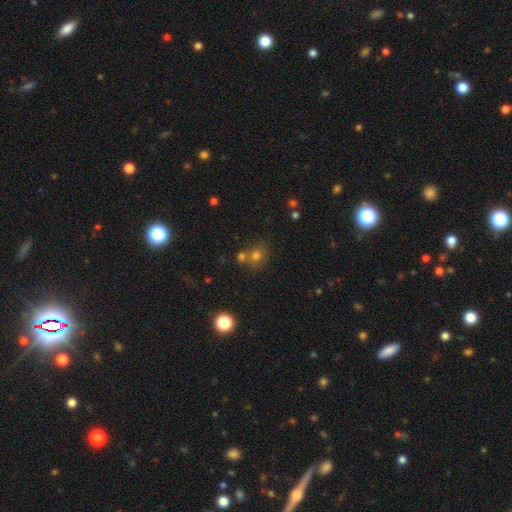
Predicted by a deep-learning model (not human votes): smooth-or-featured: smooth: 69% | star or artifact: 21% | featured or disk: 11%
  how-rounded: round: 80% | in between: 19% | cigar-shaped: 1%
  merging: none: 56% | merger: 32% | minor disturbance: 9% | major disturbance: 4%